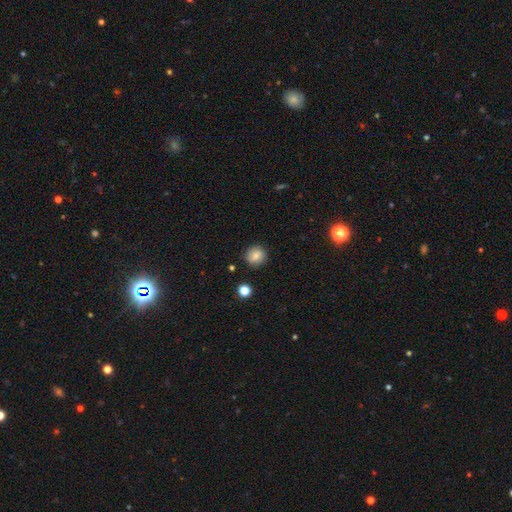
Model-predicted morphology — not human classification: smooth 80%, featured or disk 10%, star or artifact 10%. Down the decision tree: how rounded — round (89%); merging — none (88%).